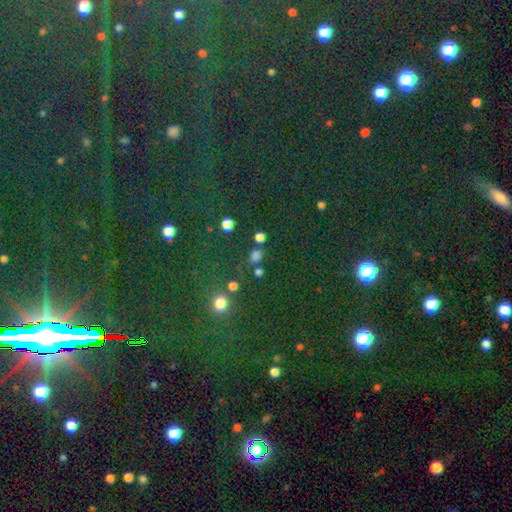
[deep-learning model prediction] Overall: smooth (68%). How rounded: round (62%; in between 35%). Merging: none (70%).